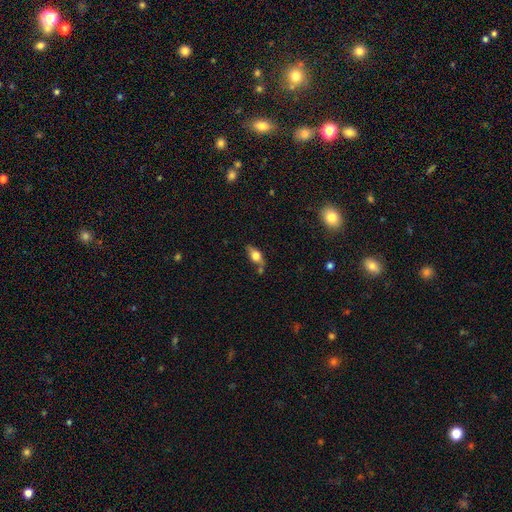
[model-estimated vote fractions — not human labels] smooth-or-featured: smooth: 59% | featured or disk: 32% | star or artifact: 9%
  how-rounded: in between: 76% | cigar-shaped: 14% | round: 11%
  merging: none: 59% | minor disturbance: 23% | merger: 11% | major disturbance: 7%